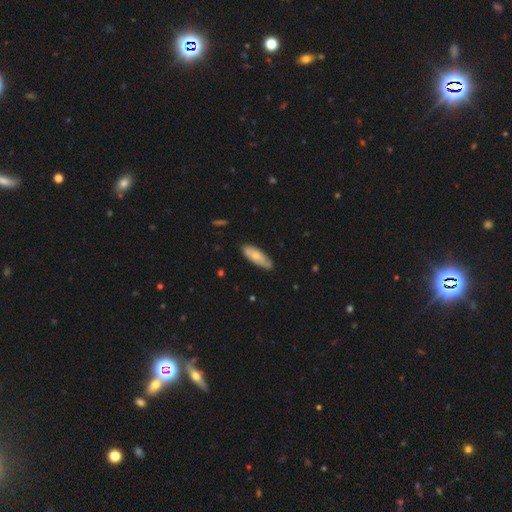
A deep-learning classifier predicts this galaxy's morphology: A smooth galaxy with no disk features (58%) that is in between round and cigar-shaped (66%). Merging: none (77%).